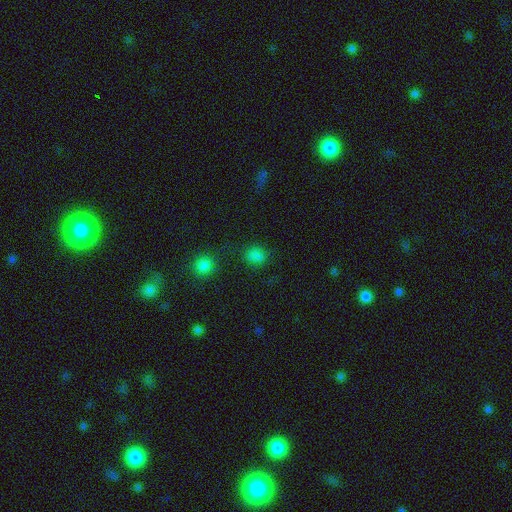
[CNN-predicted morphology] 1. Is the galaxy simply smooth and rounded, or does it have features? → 76% smooth, 20% star or artifact, 4% featured or disk.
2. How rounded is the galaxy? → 72% round, 27% in between, 1% cigar-shaped.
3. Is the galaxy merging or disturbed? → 77% none, 13% minor disturbance, 5% major disturbance, 5% merger.